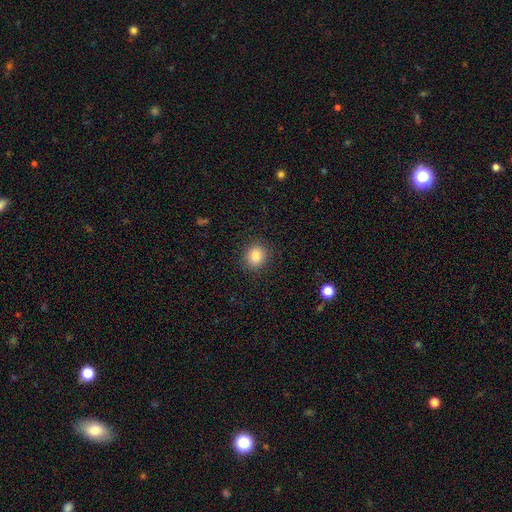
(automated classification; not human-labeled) Smooth or featured: smooth — 86% (star or artifact — 10%)
How rounded: round — 76% (in between — 23%)
Merging: none — 89% (minor disturbance — 7%)